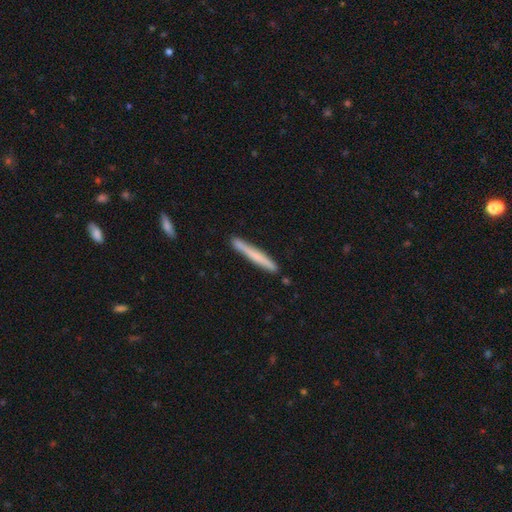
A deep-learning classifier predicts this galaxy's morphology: Smooth or featured? Predicted: smooth (p=0.63). How rounded? Predicted: cigar-shaped (p=0.97). Merging? Predicted: none (p=0.86).